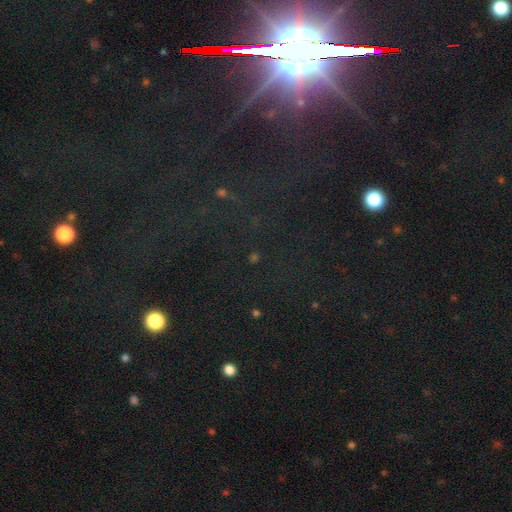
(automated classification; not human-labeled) smooth-or-featured: star or artifact: 81% | featured or disk: 9% | smooth: 9%